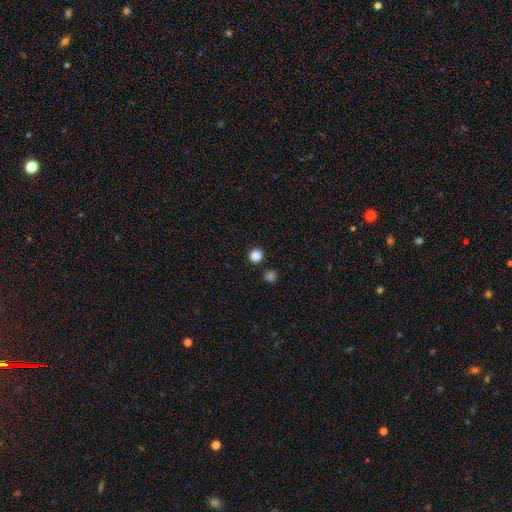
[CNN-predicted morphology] This is clearly a smooth galaxy (86%). How rounded: clearly round (94%). Merging: clearly none (88%).